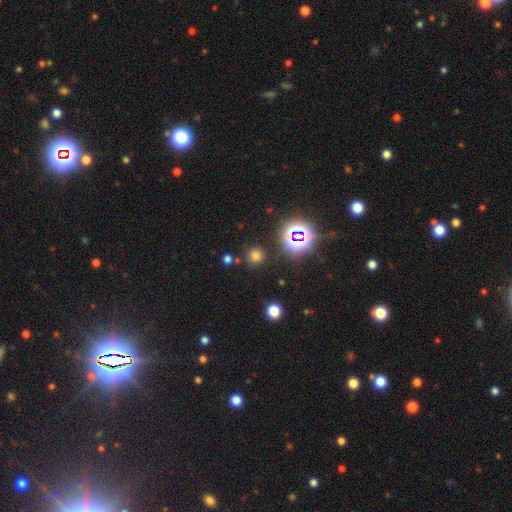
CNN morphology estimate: type=smooth (65%); roundness=round (92%); merging=none (86%).